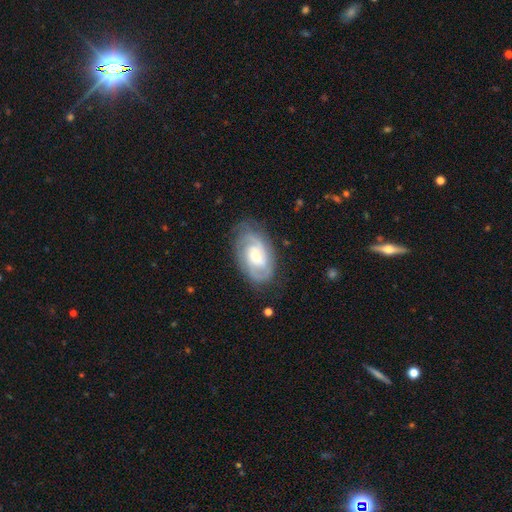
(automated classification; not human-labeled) Overall: featured or disk (78%). Edge-on disk: no (96%). Bar: no (52%; weak 40%). Spiral arms: yes (94%). Spiral arm count: 2 (50%; can't tell 25%). Spiral winding: tight (56%; medium 36%). Bulge size: moderate (49%; small 31%). Merging: none (73%).